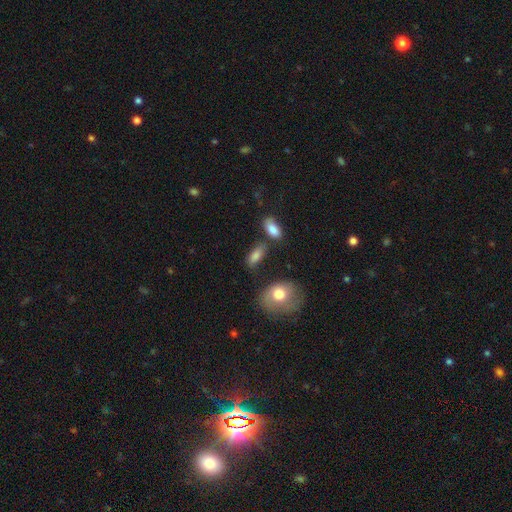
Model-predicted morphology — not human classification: Smooth or featured?
  - smooth: 80% *
  - featured or disk: 11%
  - star or artifact: 9%
How rounded?
  - in between: 83% *
  - cigar-shaped: 11%
  - round: 6%
Merging?
  - none: 66% *
  - minor disturbance: 17%
  - merger: 11%
  - major disturbance: 6%